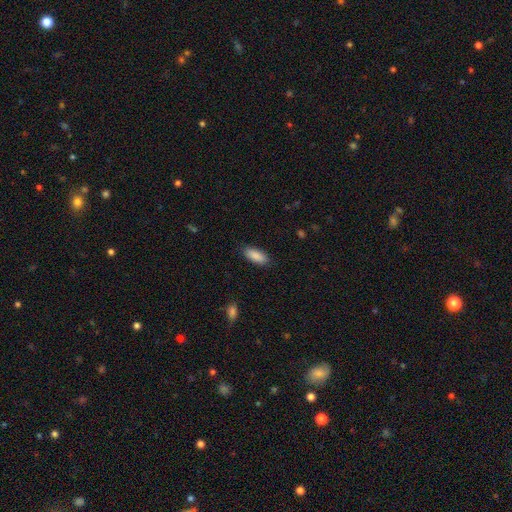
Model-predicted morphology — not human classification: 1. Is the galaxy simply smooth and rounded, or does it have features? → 89% smooth, 6% star or artifact, 4% featured or disk.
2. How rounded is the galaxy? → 76% in between, 22% cigar-shaped, 2% round.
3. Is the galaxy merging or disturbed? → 87% none, 10% minor disturbance, 2% major disturbance, 1% merger.